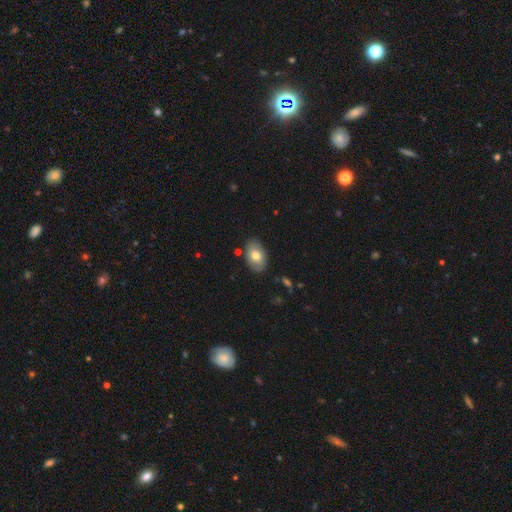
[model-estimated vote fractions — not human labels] This is likely a smooth galaxy (71%). How rounded: clearly in between (90%). Merging: clearly none (83%).